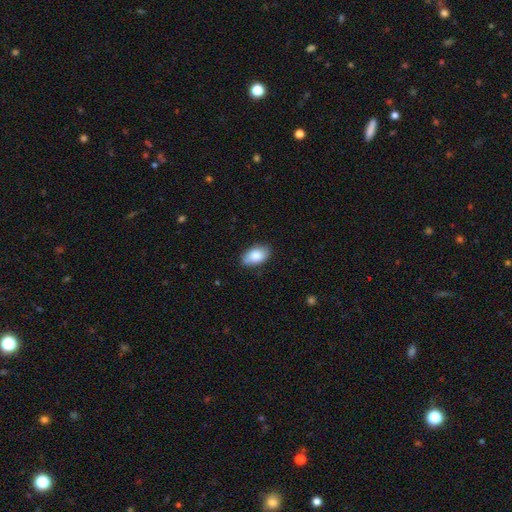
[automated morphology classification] Smooth or featured: smooth — 84% (featured or disk — 9%)
How rounded: in between — 92% (round — 7%)
Merging: none — 81% (minor disturbance — 15%)